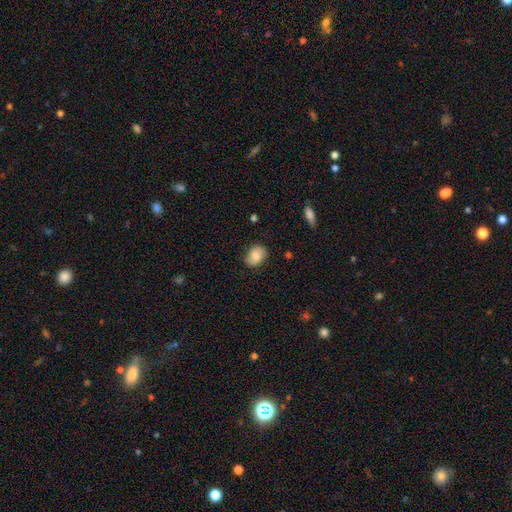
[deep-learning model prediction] Morphology: type=smooth (75%); roundness=in between (62%); merging=none (75%).